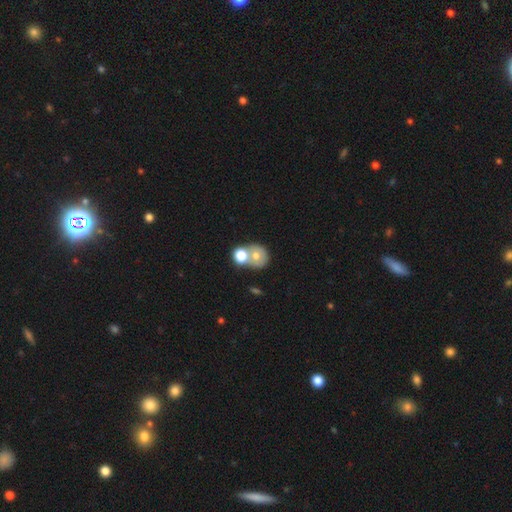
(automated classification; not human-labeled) The model was most divided on "merging": merger: 59%, none: 28%, minor disturbance: 8%, major disturbance: 5%. More confident: how rounded — round (68%); smooth or featured — smooth (65%).